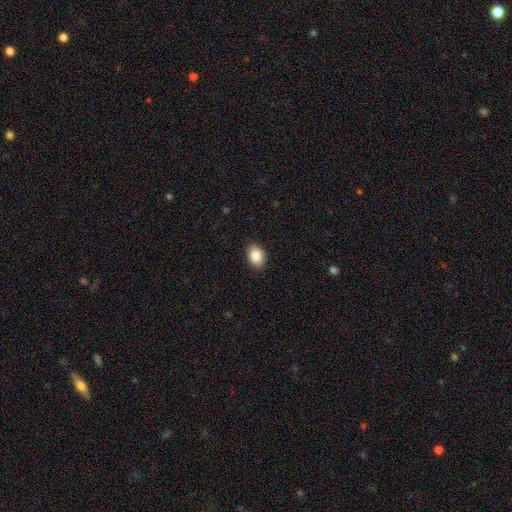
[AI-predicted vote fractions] Morphology: type=smooth (87%); roundness=in between (79%); merging=none (89%).